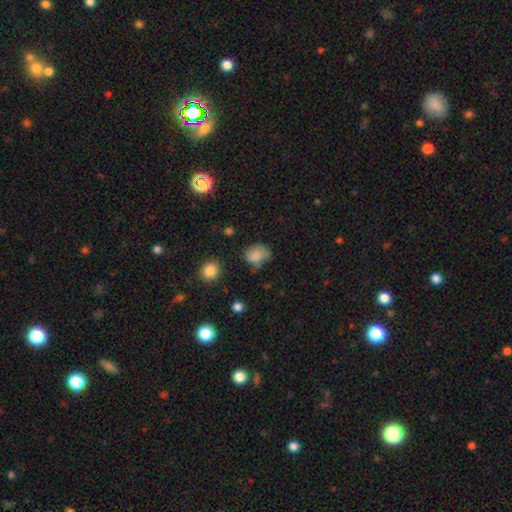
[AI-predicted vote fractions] The model was most divided on "how rounded": in between: 55%, round: 44%, cigar-shaped: 1%. Remaining: smooth or featured — smooth (80%); merging — none (45%).